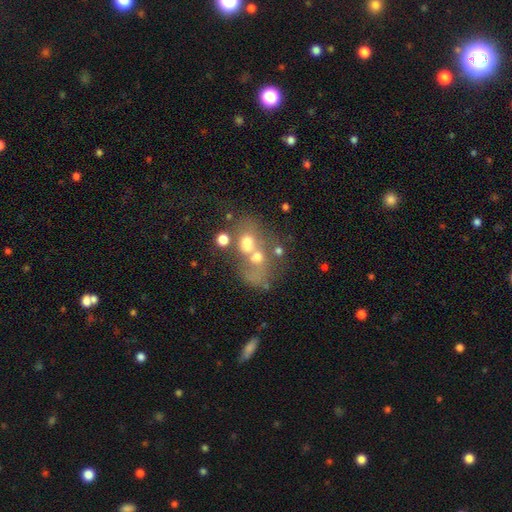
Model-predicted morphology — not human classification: Overall: smooth (41%; featured or disk 39%). Merging: merger (58%; none 22%).